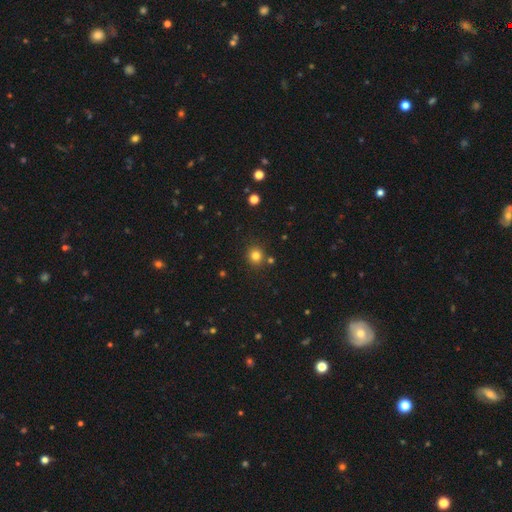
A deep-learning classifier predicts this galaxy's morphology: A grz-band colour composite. It shows a smooth galaxy with no disk features (80%) that is round (90%). Merging: none (84%).